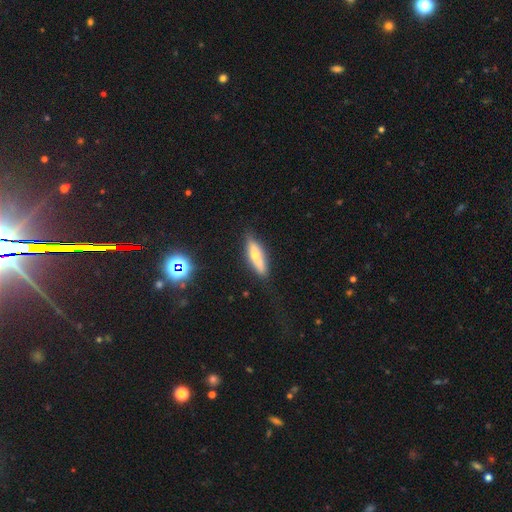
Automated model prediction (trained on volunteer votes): This appears to be a smooth galaxy with no disk features (50%). Merging: none (81%).